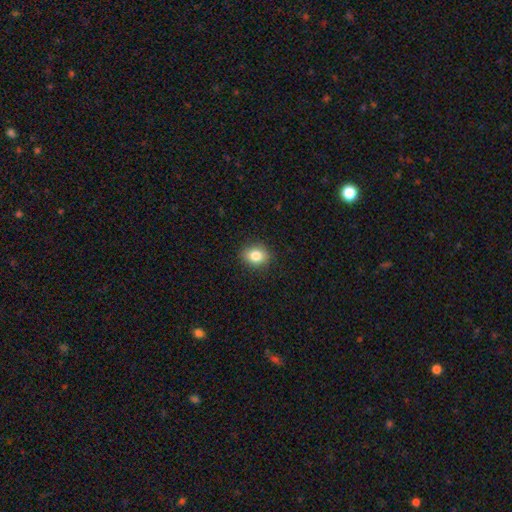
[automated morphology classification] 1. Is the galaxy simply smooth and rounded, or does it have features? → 84% smooth, 10% star or artifact, 6% featured or disk.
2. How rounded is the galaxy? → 55% round, 44% in between, 1% cigar-shaped.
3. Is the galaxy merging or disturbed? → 88% none, 8% minor disturbance, 2% major disturbance, 1% merger.